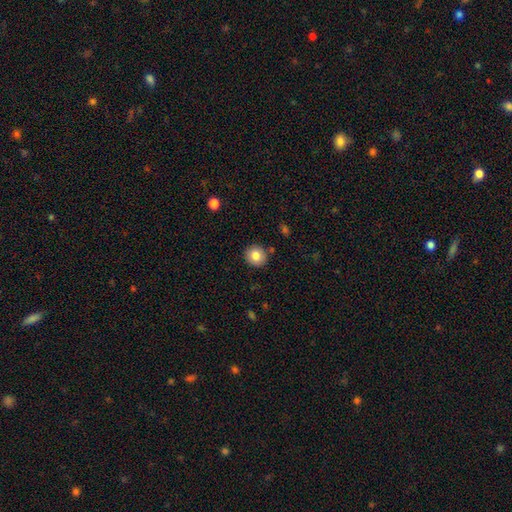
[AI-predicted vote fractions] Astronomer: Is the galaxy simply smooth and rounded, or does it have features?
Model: smooth — 81%.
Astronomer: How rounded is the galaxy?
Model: round — 91%.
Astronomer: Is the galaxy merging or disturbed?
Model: none — 89%.